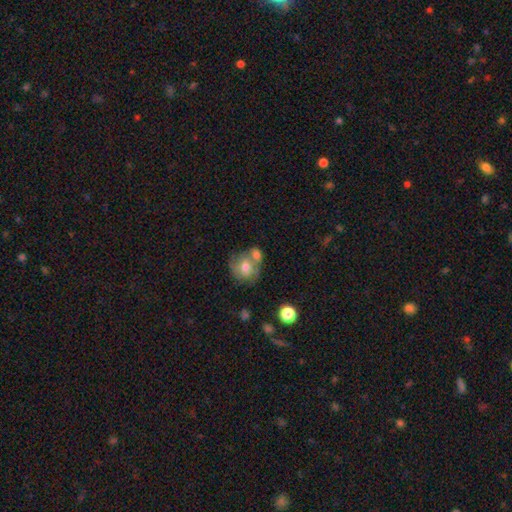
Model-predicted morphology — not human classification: smooth 47%, featured or disk 37%, star or artifact 16%. Down the decision tree: merging — none (58%).